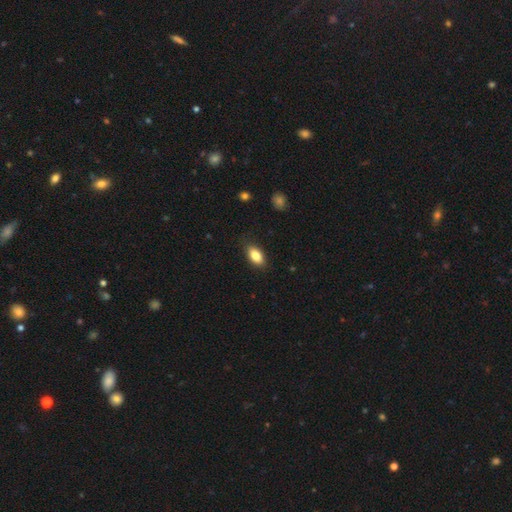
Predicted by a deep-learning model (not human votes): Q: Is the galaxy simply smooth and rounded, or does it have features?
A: smooth — 84%.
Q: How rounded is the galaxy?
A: in between — 90%.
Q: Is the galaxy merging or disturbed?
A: none — 84%.